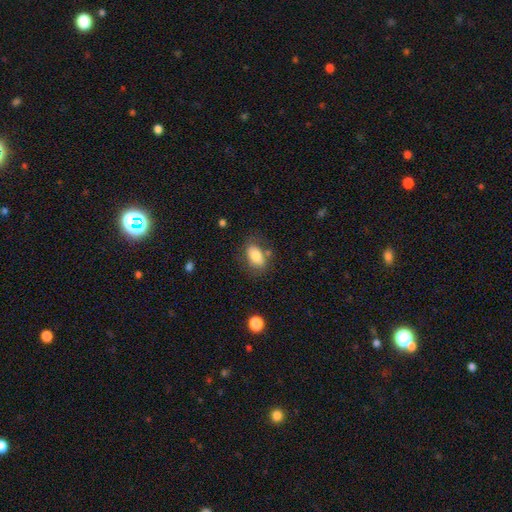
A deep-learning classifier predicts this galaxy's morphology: The model was most divided on "merging": none: 67%, minor disturbance: 19%, major disturbance: 7%, merger: 7%. More confident: how rounded — in between (89%); smooth or featured — smooth (79%).